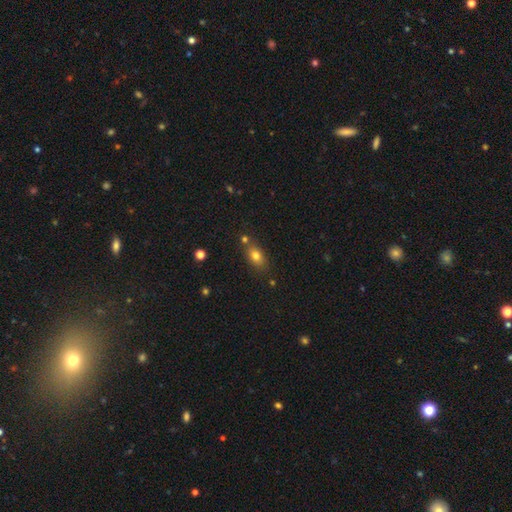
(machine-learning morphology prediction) Smooth or featured? smooth (78%)
How rounded? in between (74%)
Merging? none (70%)